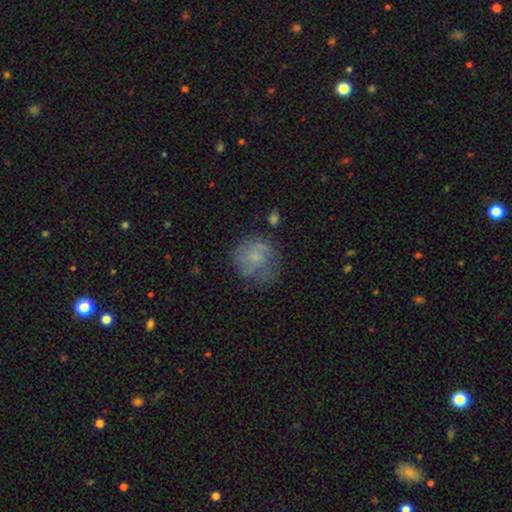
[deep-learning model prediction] A smooth galaxy with no disk features (58%) that is round (81%).

Vote fractions:
- Smooth or featured? smooth: 58% / featured or disk: 32% / star or artifact: 10%
- How rounded? round: 81% / in between: 18% / cigar-shaped: 1%
- Merging? none: 54% / minor disturbance: 25% / major disturbance: 18% / merger: 3%